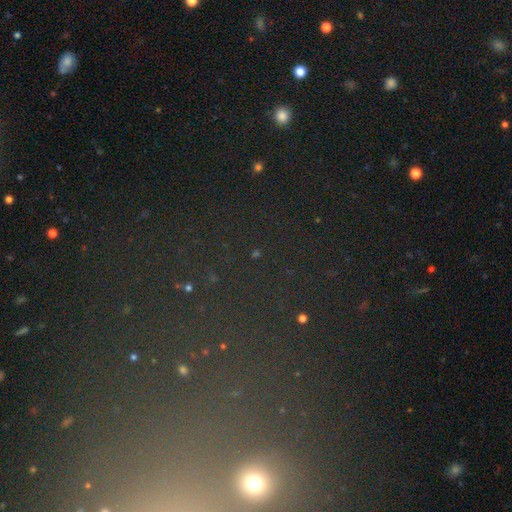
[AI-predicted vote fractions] The model was most divided on "smooth or featured": star or artifact: 70%, smooth: 19%, featured or disk: 11%.